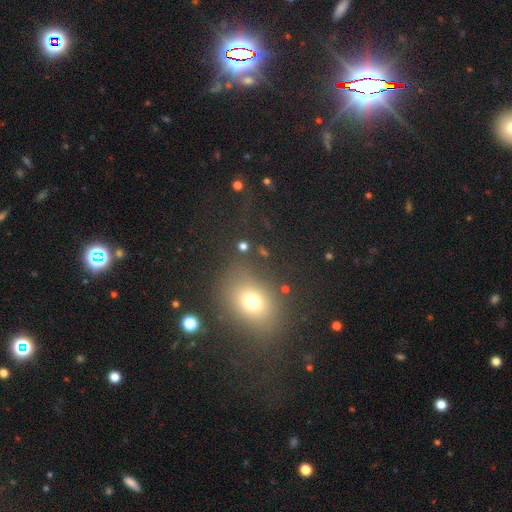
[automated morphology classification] type=smooth (57%); roundness=in between (61%); merging=none (78%).